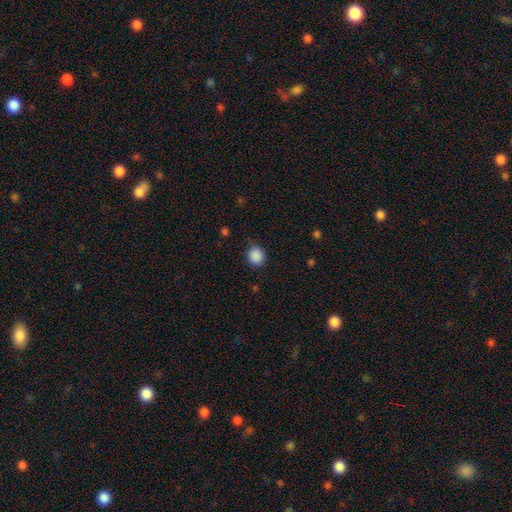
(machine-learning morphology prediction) Smooth or featured? Predicted: smooth (p=0.88). How rounded? Predicted: round (p=0.78). Merging? Predicted: none (p=0.83).